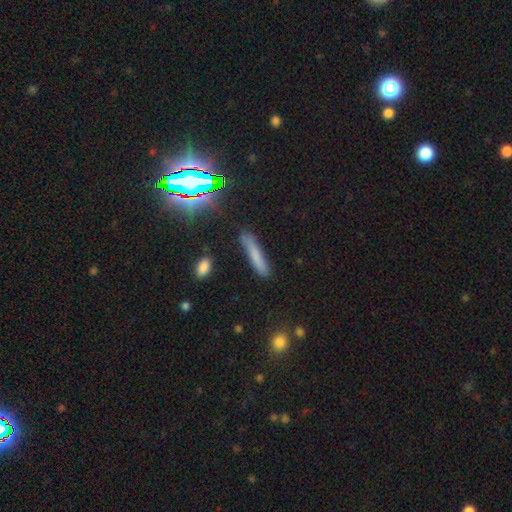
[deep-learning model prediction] Q: Smooth or featured?
A: smooth (68%); runner-up: featured or disk (16%)
Q: How rounded?
A: cigar-shaped (89%); runner-up: in between (8%)
Q: Merging?
A: none (80%); runner-up: minor disturbance (14%)